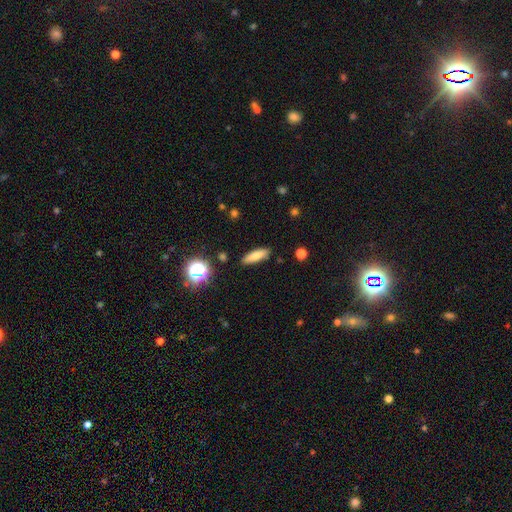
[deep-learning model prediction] This appears to be a smooth galaxy with no disk features (77%) that is cigar-shaped (57%). Merging: none (87%).